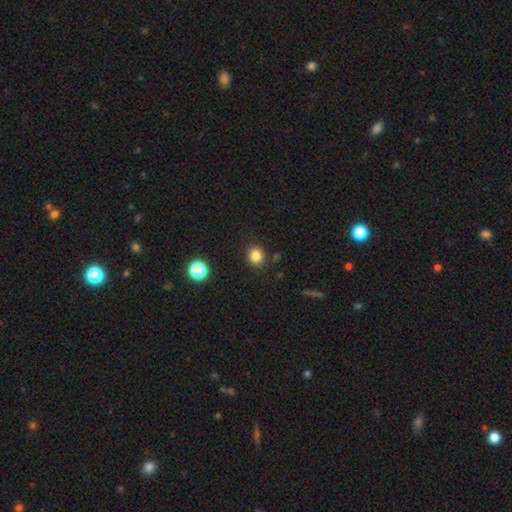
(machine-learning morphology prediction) The model was most divided on "how rounded": round: 83%, in between: 16%, cigar-shaped: 1%. More confident: merging — none (86%); smooth or featured — smooth (83%).